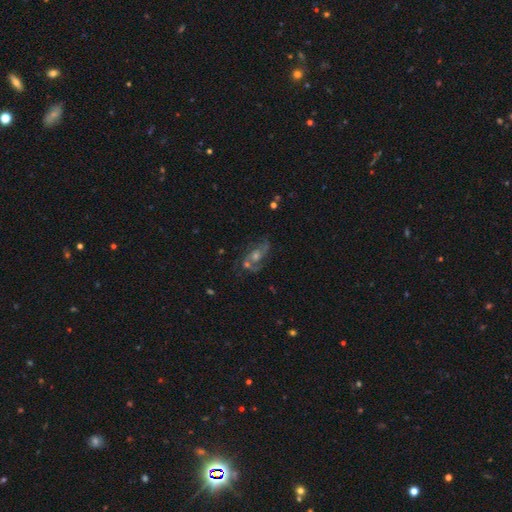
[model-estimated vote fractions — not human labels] Smooth or featured? featured or disk (69%)
Edge-on disk? no (93%)
Bar? no (64%)
Spiral arms? yes (85%)
Spiral winding? medium (45%)
Spiral arm count? 2 (68%)
Bulge size? moderate (55%)
Merging? none (53%)